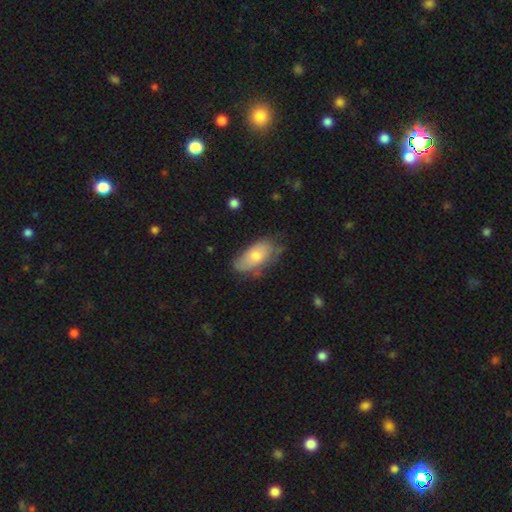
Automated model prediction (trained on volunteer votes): Smooth or featured? Predicted: smooth (p=0.65). How rounded? Predicted: in between (p=0.91). Merging? Predicted: none (p=0.56).